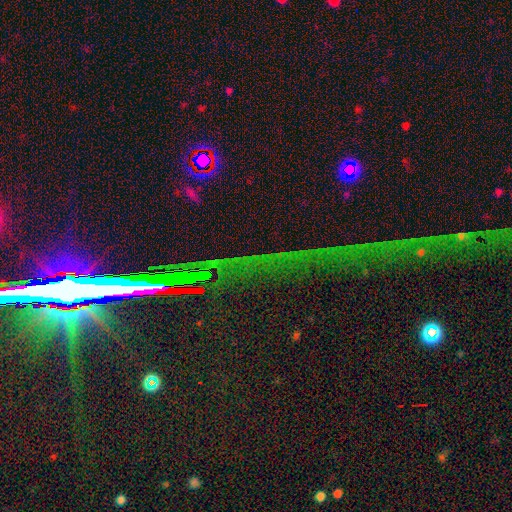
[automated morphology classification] Smooth or featured? star or artifact (81%)